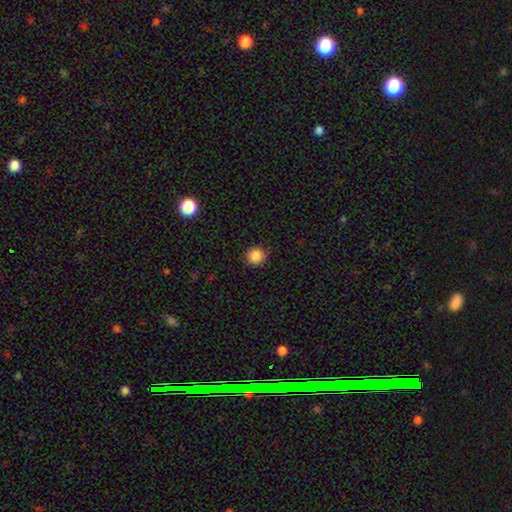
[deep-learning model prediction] smooth-or-featured: smooth: 86% | star or artifact: 10% | featured or disk: 4%
  how-rounded: round: 92% | in between: 7% | cigar-shaped: 1%
  merging: none: 89% | minor disturbance: 8% | major disturbance: 2% | merger: 1%